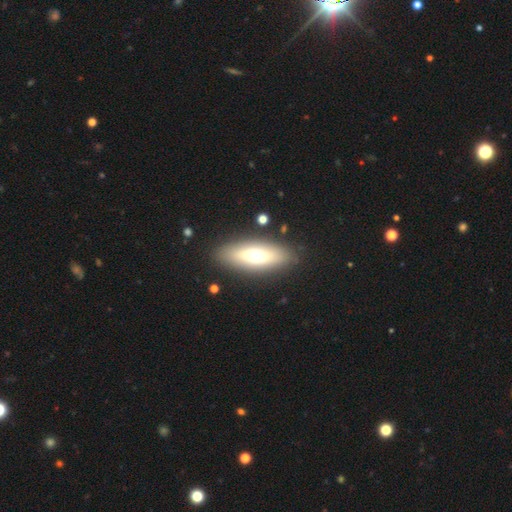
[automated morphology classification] A smooth galaxy with no disk features (60%) that is in between round and cigar-shaped (61%).

Vote fractions:
- Smooth or featured? smooth: 60% / featured or disk: 33% / star or artifact: 7%
- How rounded? in between: 61% / cigar-shaped: 36% / round: 3%
- Merging? none: 86% / minor disturbance: 9% / major disturbance: 3% / merger: 2%